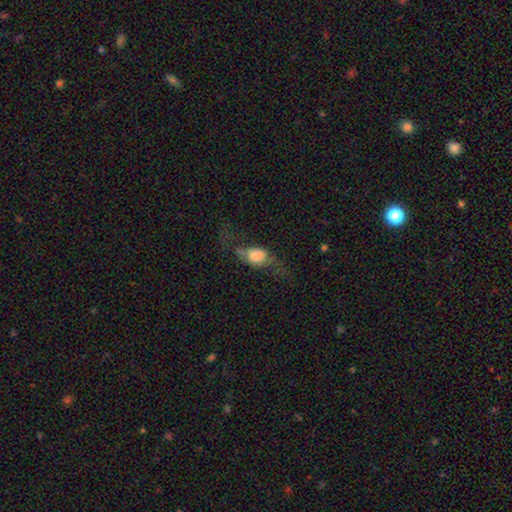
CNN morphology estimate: Smooth or featured? Predicted: smooth (p=0.53). How rounded? Predicted: in between (p=0.77). Merging? Predicted: major disturbance (p=0.43).